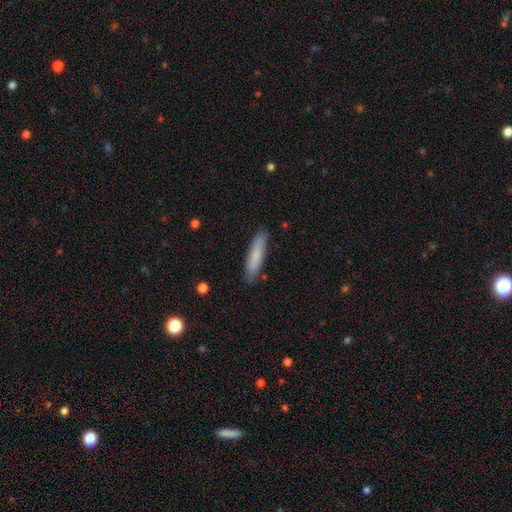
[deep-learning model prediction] Smooth or featured?
  - smooth: 76% *
  - featured or disk: 18%
  - star or artifact: 6%
How rounded?
  - cigar-shaped: 82% *
  - in between: 17%
  - round: 1%
Merging?
  - none: 86% *
  - minor disturbance: 11%
  - major disturbance: 2%
  - merger: 1%